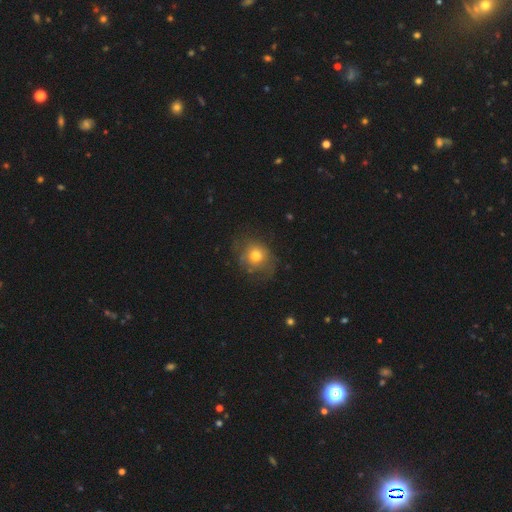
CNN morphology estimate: Smooth or featured? smooth (71%)
How rounded? round (72%)
Merging? none (63%)